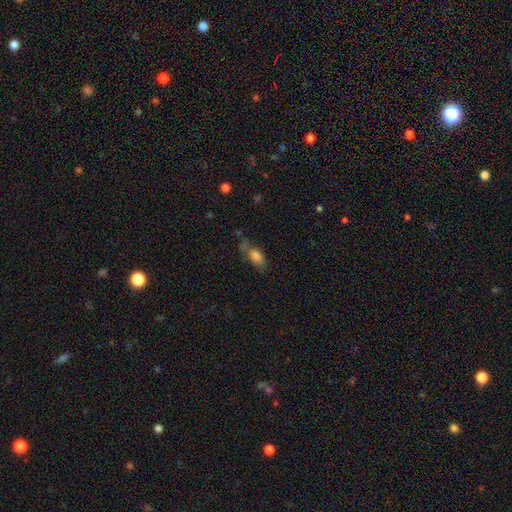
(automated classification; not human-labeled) Morphology: type=smooth (76%); roundness=in between (83%); merging=none (48%).